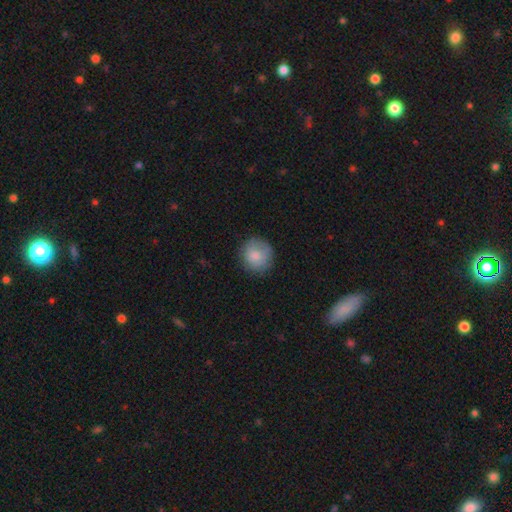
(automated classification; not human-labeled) Smooth or featured?
  - smooth: 82% *
  - featured or disk: 10%
  - star or artifact: 8%
How rounded?
  - round: 90% *
  - in between: 9%
  - cigar-shaped: 1%
Merging?
  - none: 80% *
  - minor disturbance: 14%
  - major disturbance: 4%
  - merger: 1%